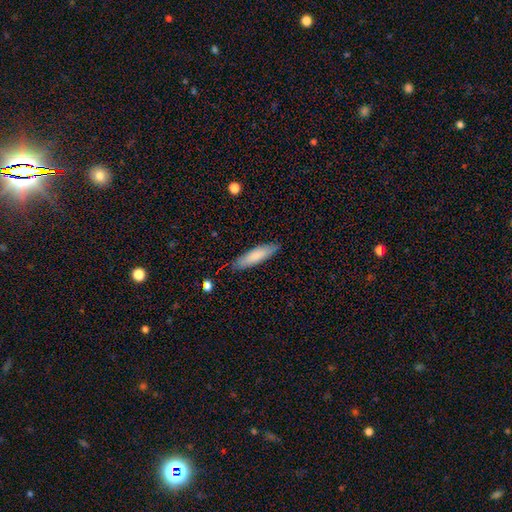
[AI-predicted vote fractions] smooth-or-featured: smooth: 80% | featured or disk: 14% | star or artifact: 5%
  how-rounded: cigar-shaped: 70% | in between: 29% | round: 1%
  merging: none: 86% | minor disturbance: 11% | major disturbance: 2% | merger: 1%